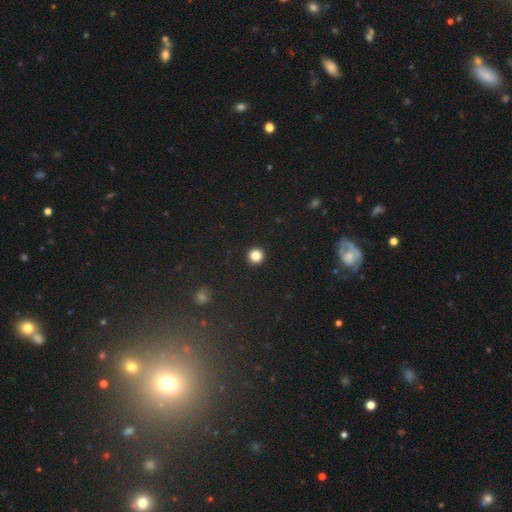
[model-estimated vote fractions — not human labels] Morphology: type=smooth (85%); roundness=round (95%); merging=none (94%).